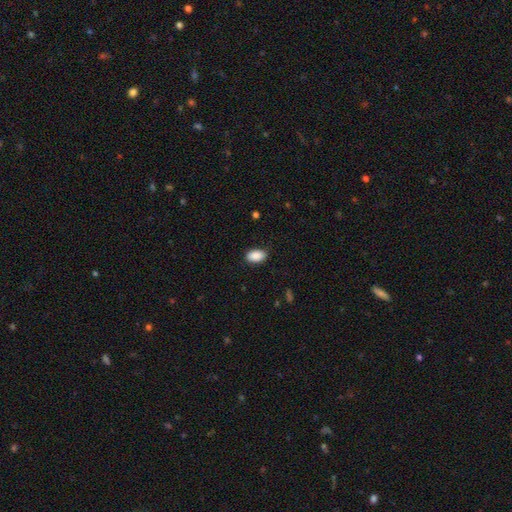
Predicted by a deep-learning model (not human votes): Smooth or featured? smooth (90%)
How rounded? in between (92%)
Merging? none (87%)